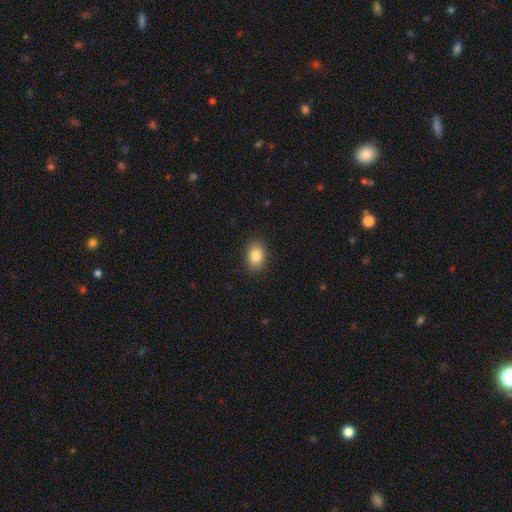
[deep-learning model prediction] Overall: smooth (85%). How rounded: in between (72%). Merging: none (88%).